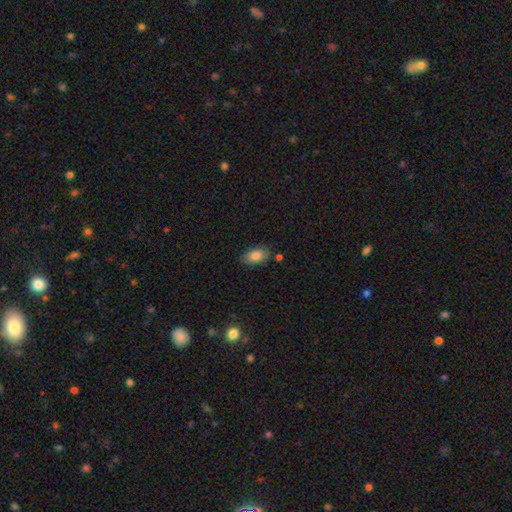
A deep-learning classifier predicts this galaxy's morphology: This is clearly a smooth galaxy (85%). How rounded: clearly in between (92%). Merging: likely none (78%).